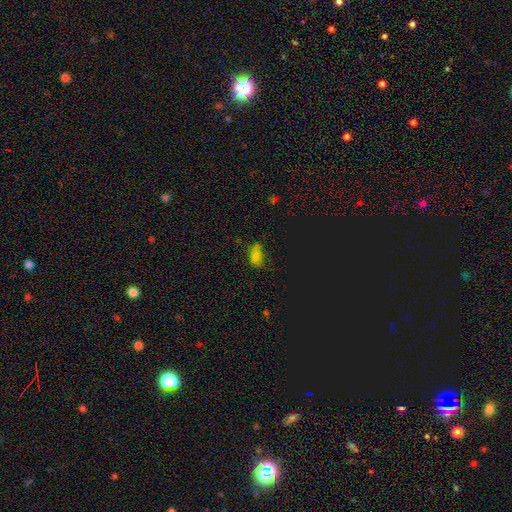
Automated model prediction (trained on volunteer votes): Smooth or featured? Predicted: smooth (p=0.66). How rounded? Predicted: in between (p=0.85). Merging? Predicted: none (p=0.51).